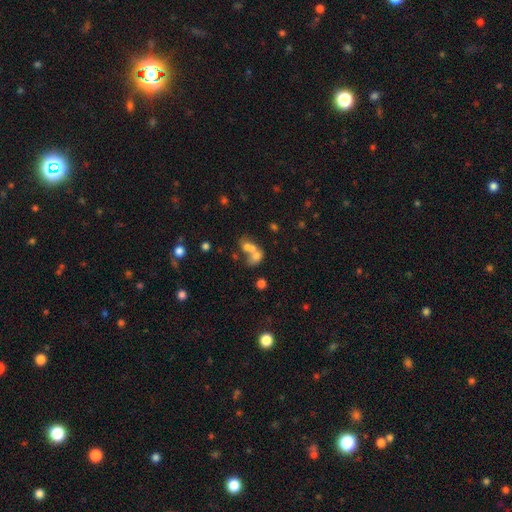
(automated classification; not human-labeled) This appears to be a smooth galaxy with no disk features (62%) that is in between round and cigar-shaped (64%). Merging: merger (67%).